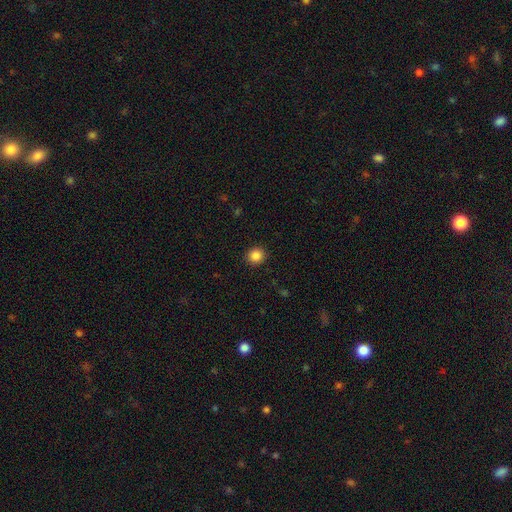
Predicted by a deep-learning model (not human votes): Overall: smooth (86%). How rounded: round (90%). Merging: none (91%).